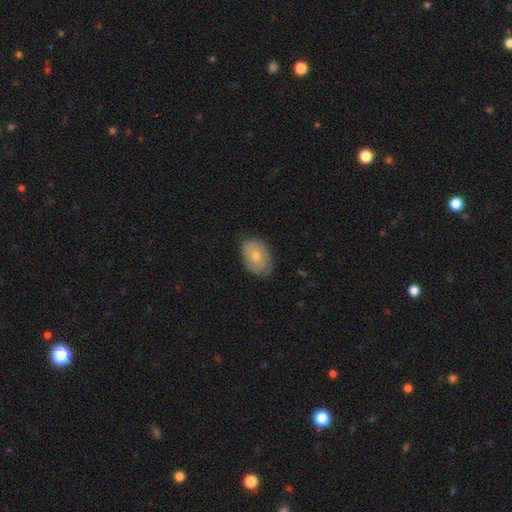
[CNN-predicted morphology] A smooth galaxy with no disk features (66%) that is in between round and cigar-shaped (84%).

Vote fractions:
- Smooth or featured? smooth: 66% / featured or disk: 28% / star or artifact: 6%
- How rounded? in between: 84% / round: 15% / cigar-shaped: 1%
- Merging? none: 75% / minor disturbance: 20% / major disturbance: 4% / merger: 1%